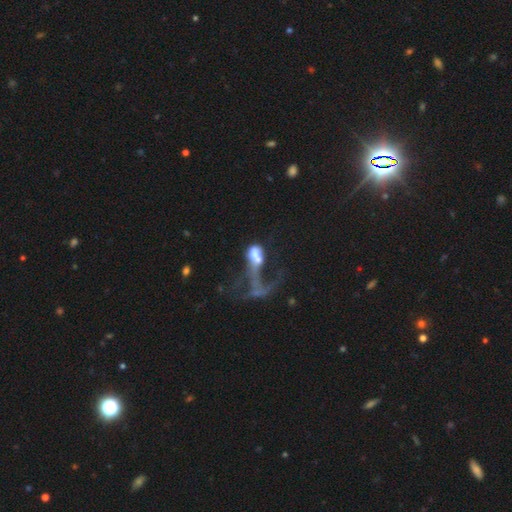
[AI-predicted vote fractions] Morphology: type=smooth (47%); merging=major disturbance (60%).